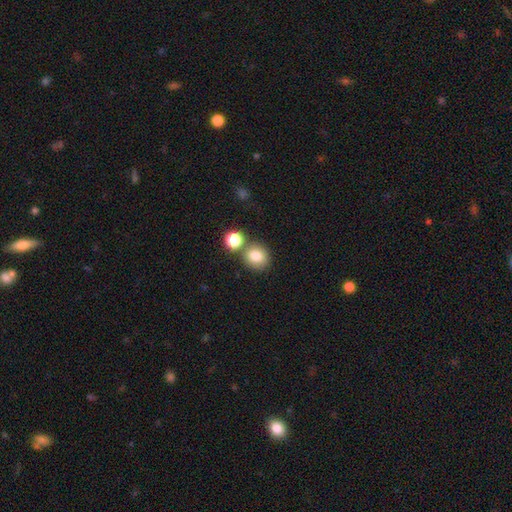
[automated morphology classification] Smooth or featured?
  - smooth: 80% *
  - star or artifact: 12%
  - featured or disk: 8%
How rounded?
  - round: 82% *
  - in between: 17%
  - cigar-shaped: 1%
Merging?
  - none: 68% *
  - merger: 20%
  - minor disturbance: 9%
  - major disturbance: 3%